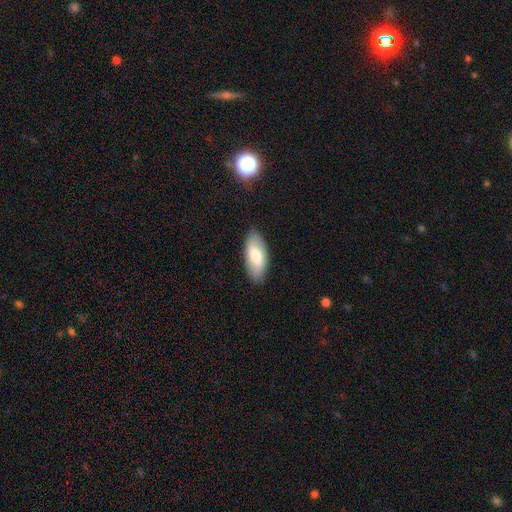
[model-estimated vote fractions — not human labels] This is likely a smooth galaxy (68%). How rounded: clearly in between (87%). Merging: clearly none (86%).